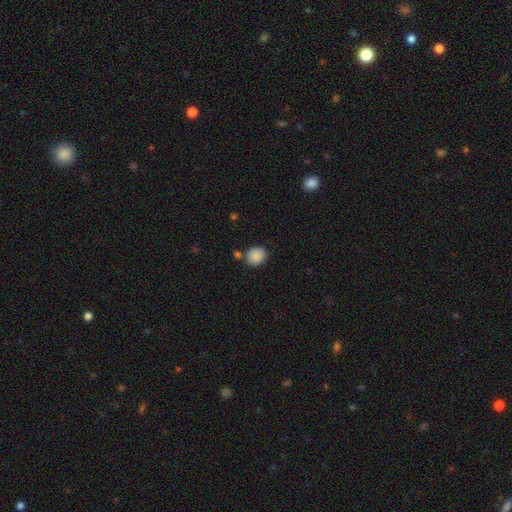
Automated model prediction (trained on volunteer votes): smooth 88%, star or artifact 8%, featured or disk 4%. Down the decision tree: how rounded — round (74%); merging — none (75%).